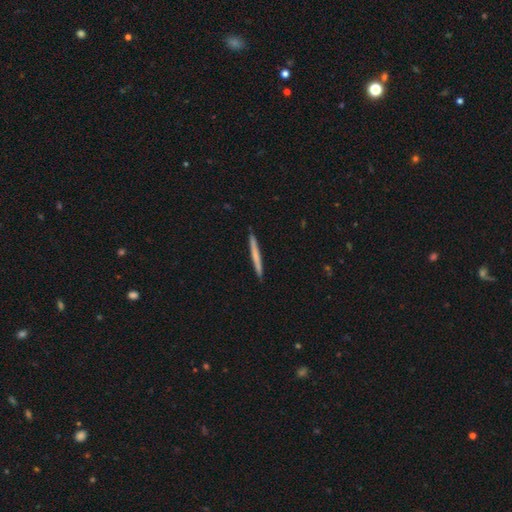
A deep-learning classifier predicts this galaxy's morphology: smooth-or-featured: smooth: 59% | featured or disk: 36% | star or artifact: 5%
  how-rounded: cigar-shaped: 97% | in between: 2% | round: 1%
  merging: none: 93% | minor disturbance: 5% | major disturbance: 1% | merger: 1%